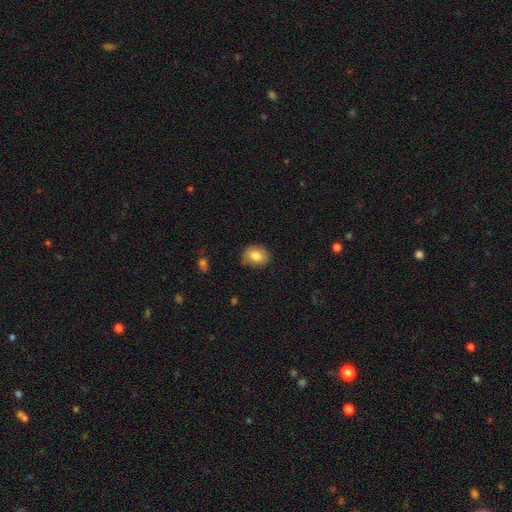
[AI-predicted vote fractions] A smooth galaxy with no disk features (81%) that is in between round and cigar-shaped (53%). Merging: none (80%).